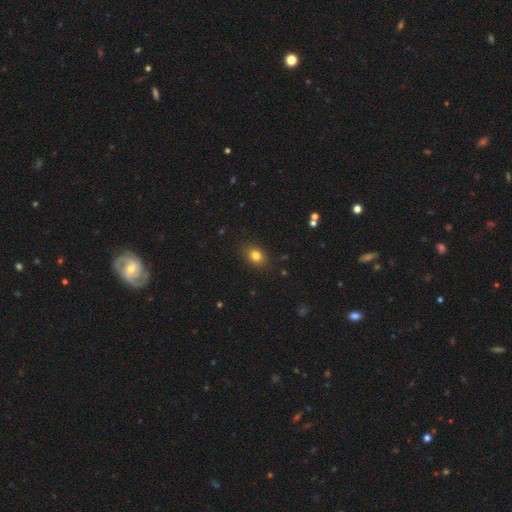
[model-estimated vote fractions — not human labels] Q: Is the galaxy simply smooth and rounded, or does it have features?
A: smooth — 81%.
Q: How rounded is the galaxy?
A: in between — 62%.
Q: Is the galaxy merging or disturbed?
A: none — 88%.